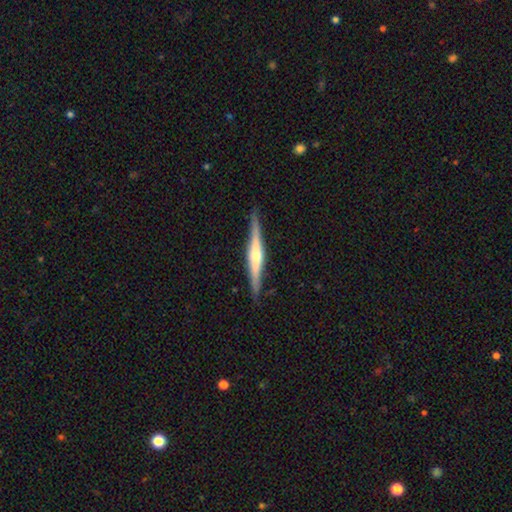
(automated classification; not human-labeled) Smooth or featured: featured or disk — 69% (smooth — 26%)
Edge-on disk: yes — 97% (no — 3%)
Edge-on bulge: rounded — 72% (none — 14%)
Merging: none — 88% (minor disturbance — 9%)